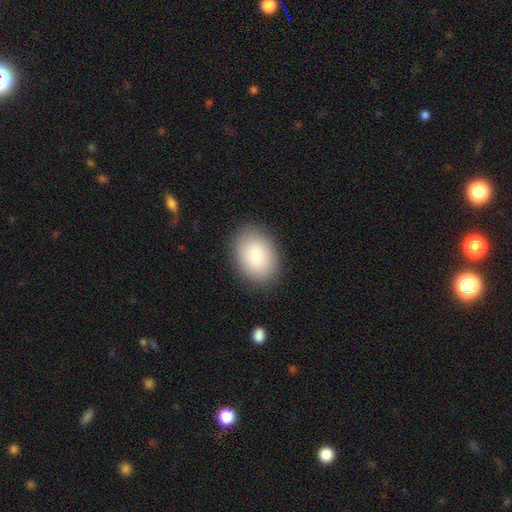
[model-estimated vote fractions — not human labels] The model was most divided on "how rounded": in between: 76%, round: 23%, cigar-shaped: 1%. More confident: merging — none (87%); smooth or featured — smooth (86%).